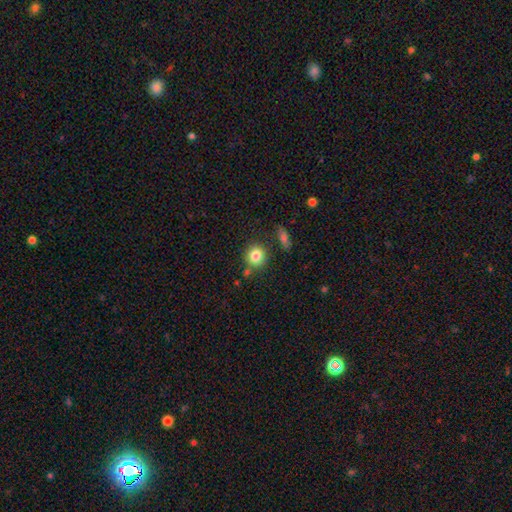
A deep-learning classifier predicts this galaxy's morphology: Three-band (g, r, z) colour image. It shows a smooth galaxy with no disk features (84%) that is round (85%). Merging: none (76%).